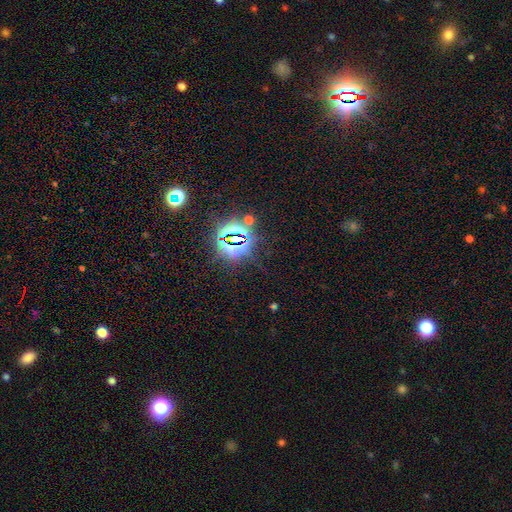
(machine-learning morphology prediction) Smooth or featured? Predicted: star or artifact (p=0.82).